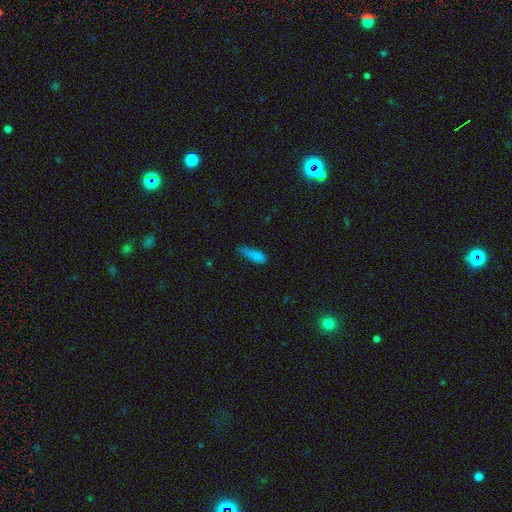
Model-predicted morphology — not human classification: This appears to be a smooth galaxy with no disk features (81%) that is cigar-shaped (57%). Merging: none (45%).